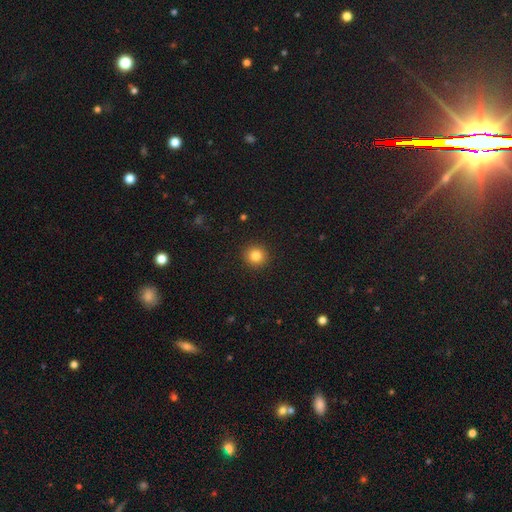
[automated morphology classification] This appears to be a smooth galaxy with no disk features (84%) that is round (94%). Merging: none (93%).